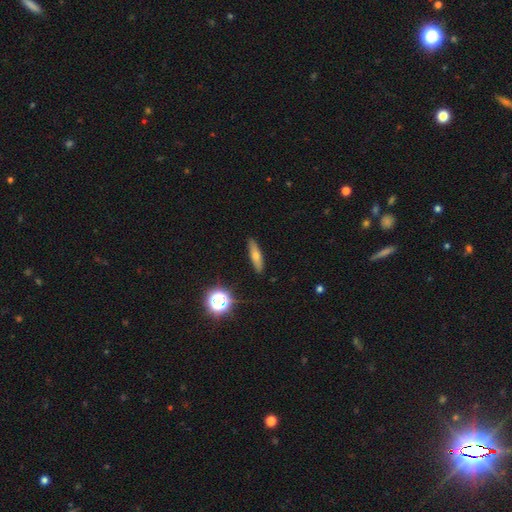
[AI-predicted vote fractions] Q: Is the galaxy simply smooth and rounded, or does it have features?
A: smooth — 60%.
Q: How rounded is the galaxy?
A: cigar-shaped — 72%.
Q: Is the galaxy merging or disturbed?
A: none — 89%.